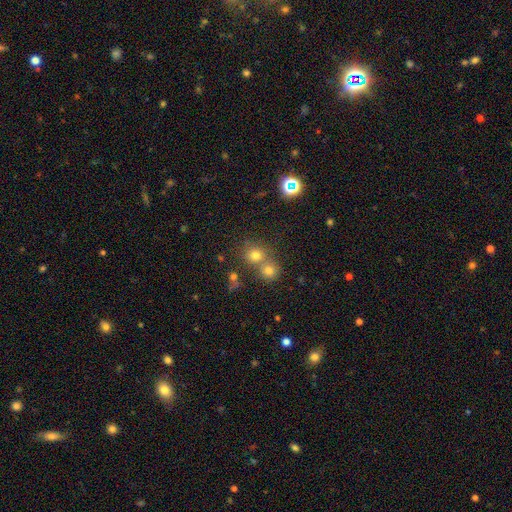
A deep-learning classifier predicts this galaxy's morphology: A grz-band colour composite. It shows a smooth galaxy with no disk features (67%) that is round (85%). Merging: none (52%).